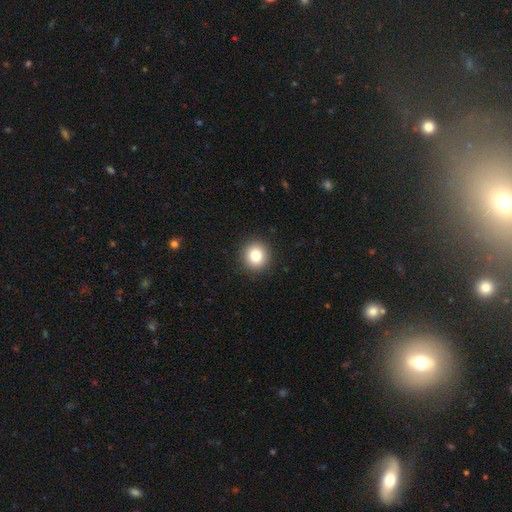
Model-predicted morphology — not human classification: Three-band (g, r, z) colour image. It shows a smooth galaxy with no disk features (81%) that is round (93%). Merging: none (93%).